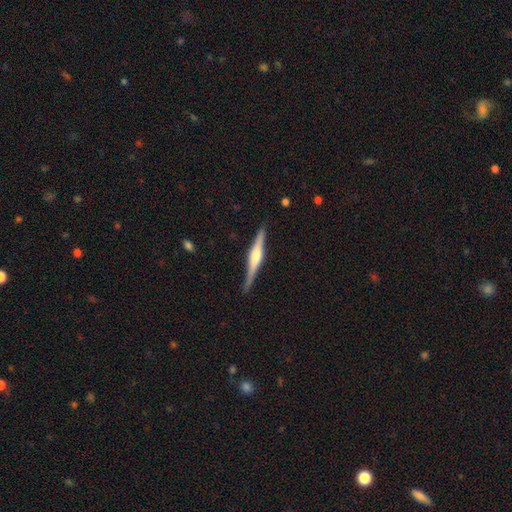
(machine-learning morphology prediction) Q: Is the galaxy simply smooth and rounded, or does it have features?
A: featured or disk — 74%.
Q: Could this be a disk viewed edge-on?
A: yes — 98%.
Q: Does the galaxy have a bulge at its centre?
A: rounded — 75%.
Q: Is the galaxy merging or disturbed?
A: none — 88%.